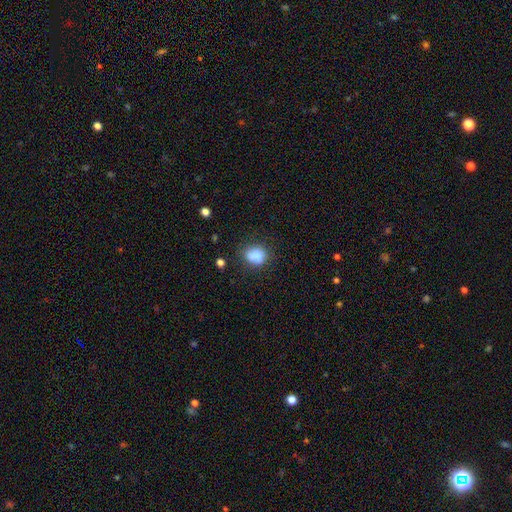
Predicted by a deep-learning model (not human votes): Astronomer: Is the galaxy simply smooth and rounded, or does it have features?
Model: smooth — 83%.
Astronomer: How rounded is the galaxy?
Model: round — 52% (runner-up: in between, 46%).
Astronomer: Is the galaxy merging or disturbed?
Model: none — 65%.